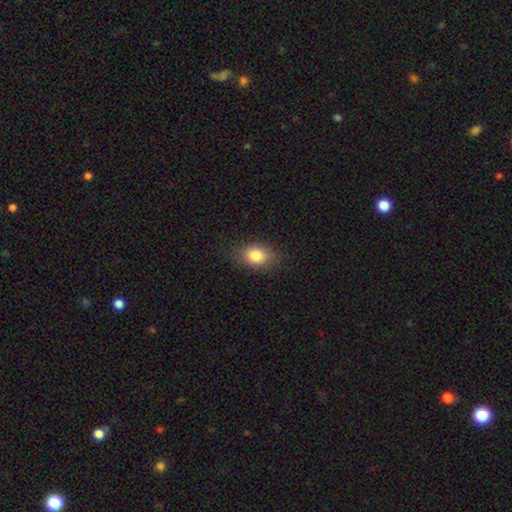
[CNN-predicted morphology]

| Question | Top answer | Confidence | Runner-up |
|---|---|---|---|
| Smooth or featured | smooth | 83% | star or artifact (9%) |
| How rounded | in between | 78% | round (21%) |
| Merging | none | 82% | minor disturbance (13%) |